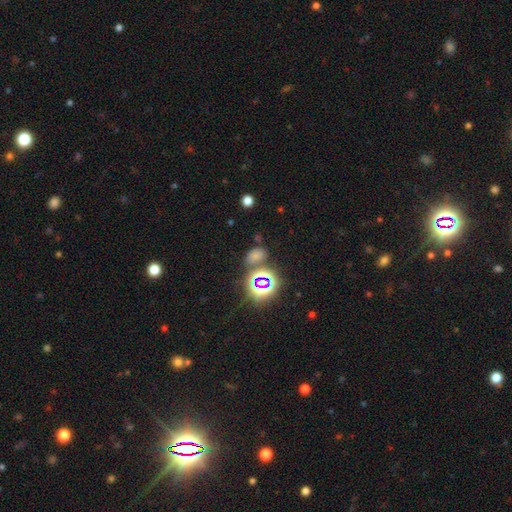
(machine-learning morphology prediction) This is possibly a smooth galaxy (57%). How rounded: likely in between (78%). Merging: likely none (69%).